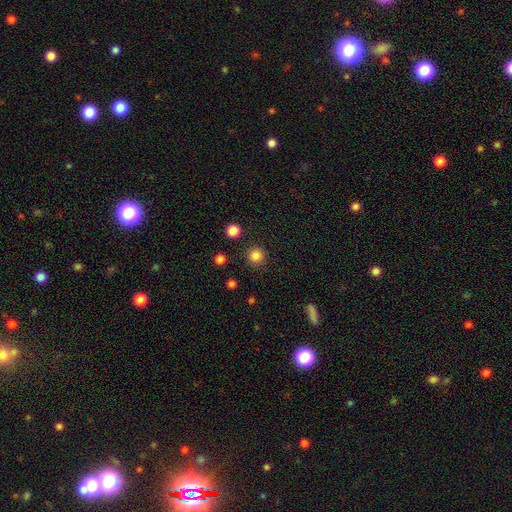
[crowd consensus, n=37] smooth 100%, featured or disk 0%, star or artifact 0%. Down the decision tree: how rounded — round (95%); merging — none (92%).